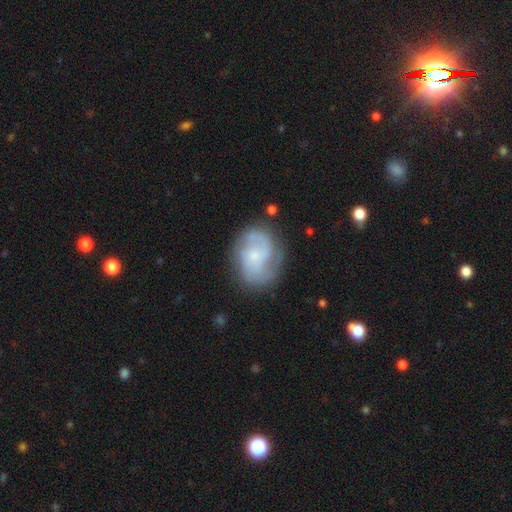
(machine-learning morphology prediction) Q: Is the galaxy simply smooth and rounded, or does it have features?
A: featured or disk — 72%.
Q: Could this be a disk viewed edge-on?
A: no — 98%.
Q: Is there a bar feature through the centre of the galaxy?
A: no — 63%.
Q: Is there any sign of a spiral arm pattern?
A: yes — 91%.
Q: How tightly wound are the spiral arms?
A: medium — 46%.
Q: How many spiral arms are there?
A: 2 — 62%.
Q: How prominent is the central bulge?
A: small — 63%.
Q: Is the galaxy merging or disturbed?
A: none — 68%.